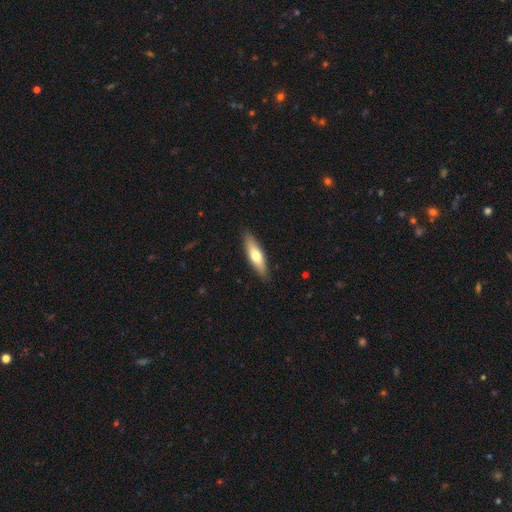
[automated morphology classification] type=smooth (60%); roundness=cigar-shaped (57%); merging=none (89%).